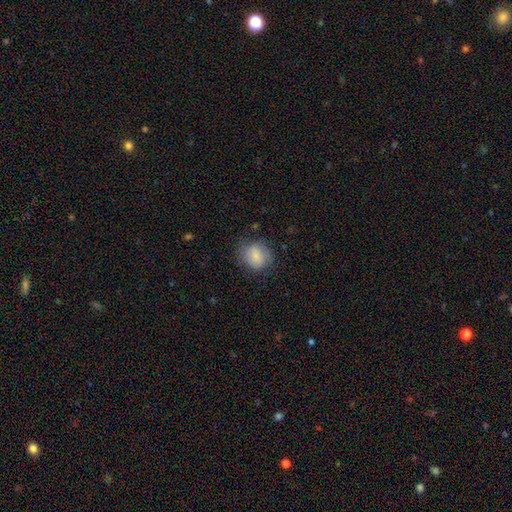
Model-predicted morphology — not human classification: Smooth or featured?
  - smooth: 82% *
  - featured or disk: 10%
  - star or artifact: 8%
How rounded?
  - round: 71% *
  - in between: 28%
  - cigar-shaped: 1%
Merging?
  - none: 71% *
  - minor disturbance: 20%
  - major disturbance: 8%
  - merger: 1%